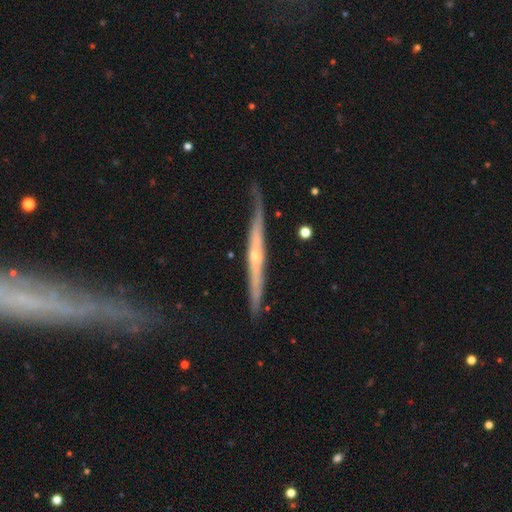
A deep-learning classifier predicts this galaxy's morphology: This appears to be a featured or disk galaxy (73%) viewed edge-on (94%) with a rounded central bulge (61%). Merging: none (68%).